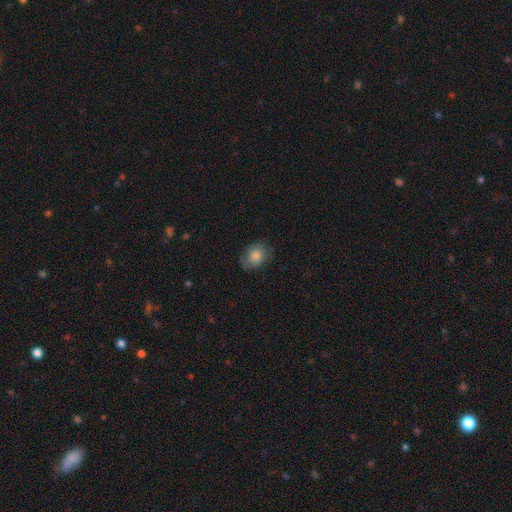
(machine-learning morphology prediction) smooth-or-featured: smooth: 77% | featured or disk: 14% | star or artifact: 9%
  how-rounded: in between: 66% | round: 33% | cigar-shaped: 1%
  merging: none: 78% | minor disturbance: 17% | major disturbance: 4% | merger: 1%